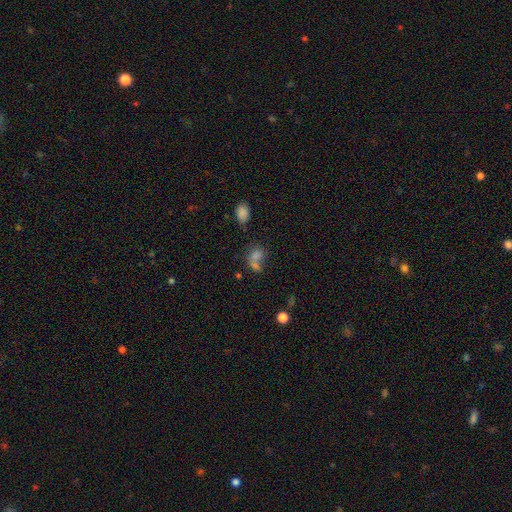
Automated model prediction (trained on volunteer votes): The model was most divided on "merging": merger: 48%, none: 31%, minor disturbance: 11%, major disturbance: 9%. More confident: smooth or featured — smooth (69%); how rounded — in between (58%).